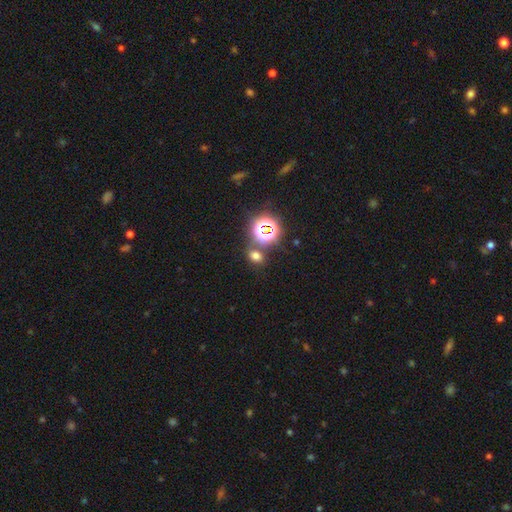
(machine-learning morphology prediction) smooth 58%, star or artifact 34%, featured or disk 7%. Down the decision tree: how rounded — in between (60%); merging — none (72%).